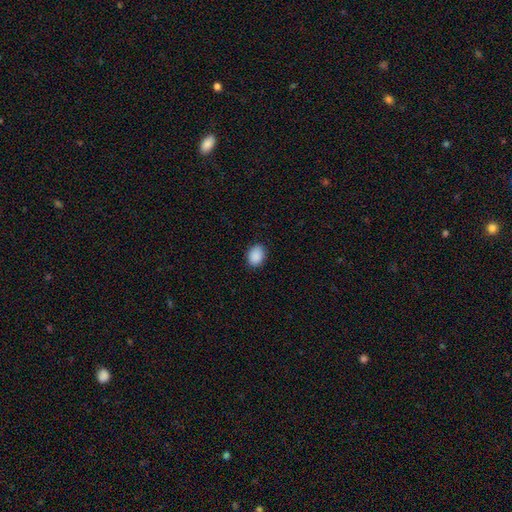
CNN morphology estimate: Smooth or featured? smooth (90%)
How rounded? in between (65%)
Merging? none (87%)